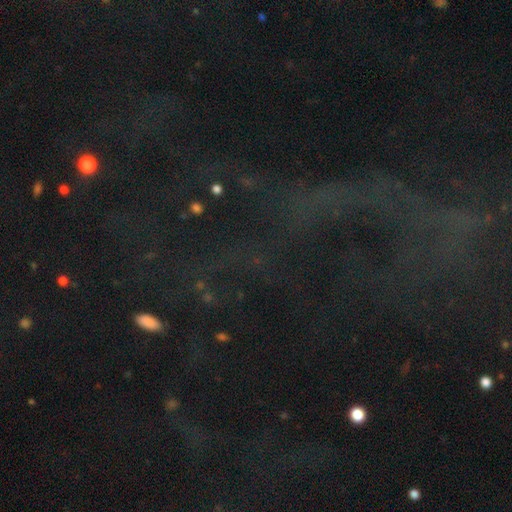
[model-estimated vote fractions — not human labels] The model was most divided on "smooth or featured": star or artifact: 68%, featured or disk: 18%, smooth: 14%.